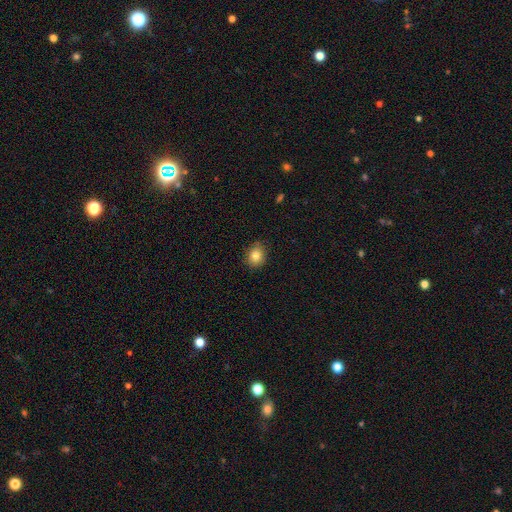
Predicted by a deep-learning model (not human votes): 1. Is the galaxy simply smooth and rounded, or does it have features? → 82% smooth, 10% star or artifact, 8% featured or disk.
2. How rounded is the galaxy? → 62% round, 37% in between, 1% cigar-shaped.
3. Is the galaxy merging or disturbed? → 83% none, 13% minor disturbance, 2% major disturbance, 1% merger.